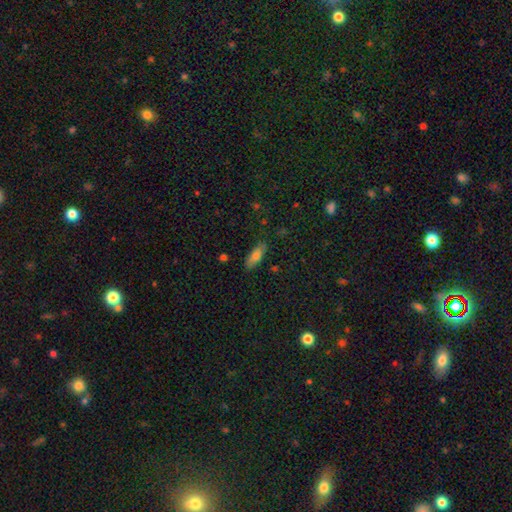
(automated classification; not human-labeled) Overall: smooth (78%). How rounded: in between (67%; cigar-shaped 31%). Merging: none (82%).